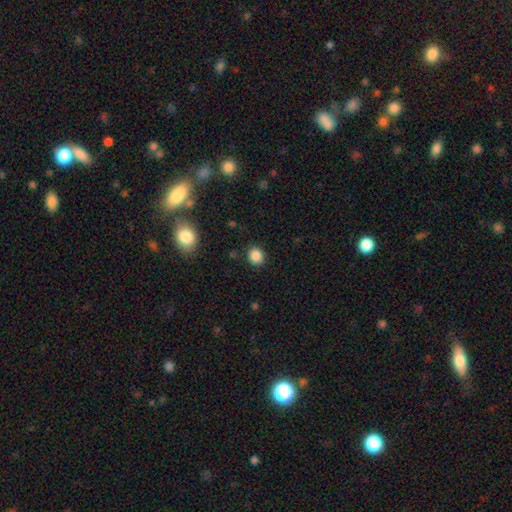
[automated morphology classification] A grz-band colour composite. It shows a smooth galaxy with no disk features (86%) that is round (77%). Merging: none (88%).